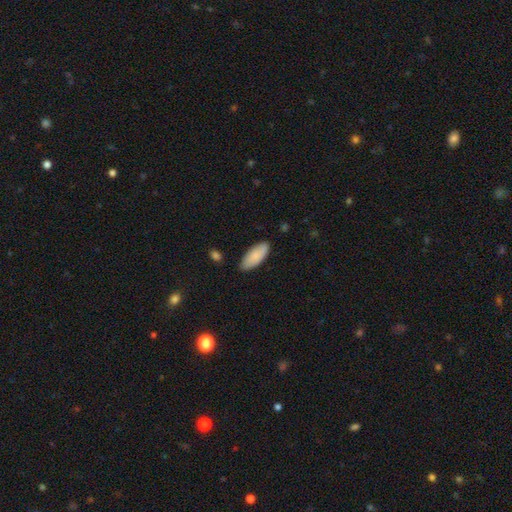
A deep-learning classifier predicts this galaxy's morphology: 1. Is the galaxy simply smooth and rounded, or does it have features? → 86% smooth, 9% featured or disk, 6% star or artifact.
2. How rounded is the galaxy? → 84% in between, 14% cigar-shaped, 2% round.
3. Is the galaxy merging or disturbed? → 83% none, 13% minor disturbance, 2% major disturbance, 1% merger.